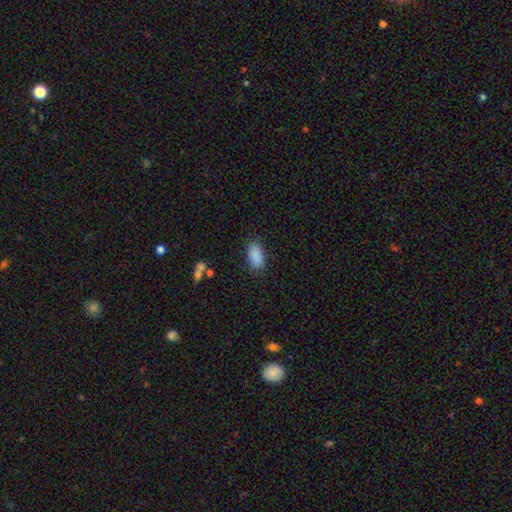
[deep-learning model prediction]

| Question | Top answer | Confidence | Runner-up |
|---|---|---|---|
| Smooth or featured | smooth | 89% | star or artifact (7%) |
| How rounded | in between | 92% | cigar-shaped (4%) |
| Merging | none | 81% | minor disturbance (14%) |